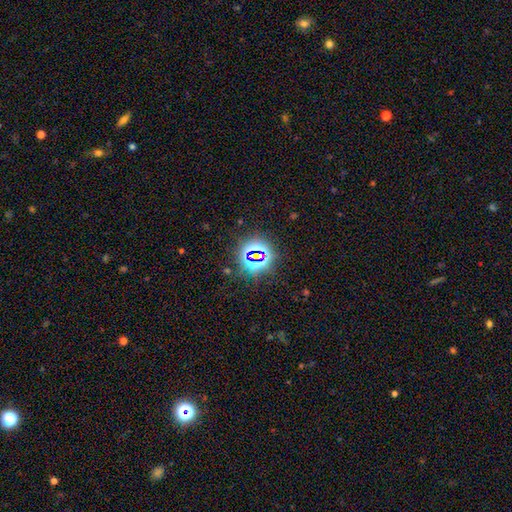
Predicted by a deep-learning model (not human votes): Smooth or featured: star or artifact — 75% (smooth — 16%)